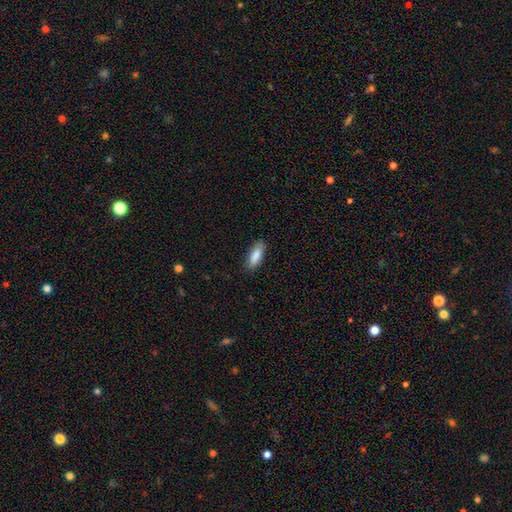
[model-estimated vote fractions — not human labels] This is clearly a smooth galaxy (87%). How rounded: likely in between (71%). Merging: clearly none (86%).